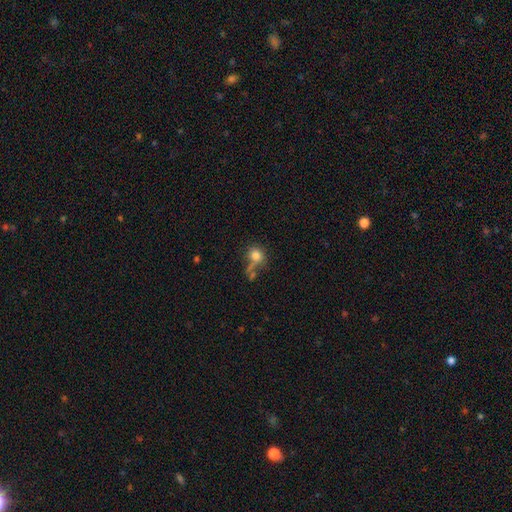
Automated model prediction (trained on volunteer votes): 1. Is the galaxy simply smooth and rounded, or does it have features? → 80% smooth, 11% star or artifact, 9% featured or disk.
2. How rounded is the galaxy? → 75% round, 24% in between, 2% cigar-shaped.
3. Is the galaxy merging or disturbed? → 50% none, 21% merger, 17% minor disturbance, 12% major disturbance.